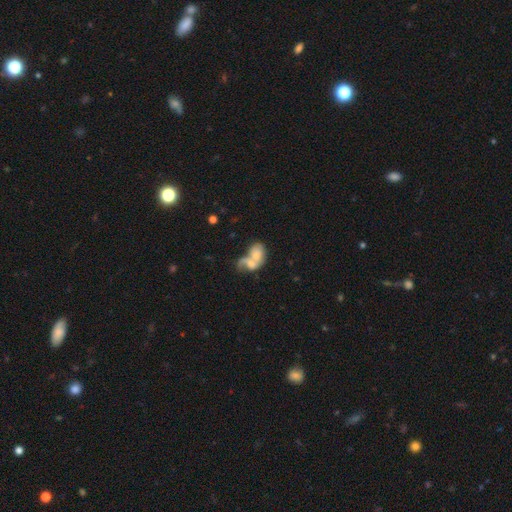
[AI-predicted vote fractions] The model was most divided on "smooth or featured": smooth: 53%, featured or disk: 39%, star or artifact: 8%. More confident: how rounded — in between (79%); merging — merger (74%).